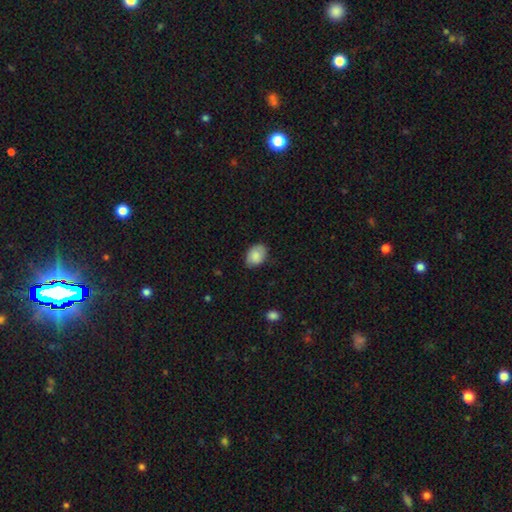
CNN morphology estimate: Smooth or featured? Predicted: smooth (p=0.81). How rounded? Predicted: in between (p=0.81). Merging? Predicted: none (p=0.74).